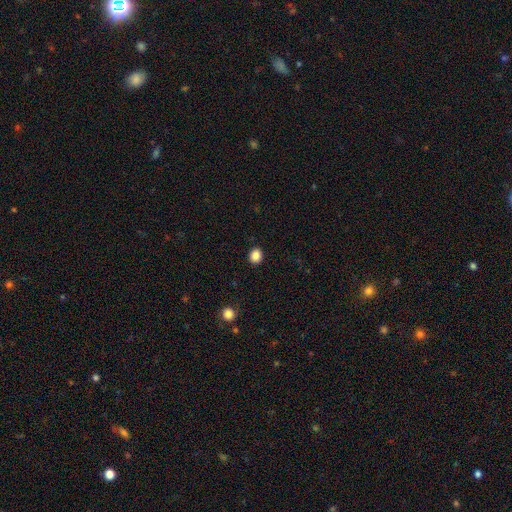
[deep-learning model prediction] Q: Smooth or featured?
A: smooth (87%); runner-up: star or artifact (10%)
Q: How rounded?
A: round (70%); runner-up: in between (29%)
Q: Merging?
A: none (91%); runner-up: minor disturbance (6%)